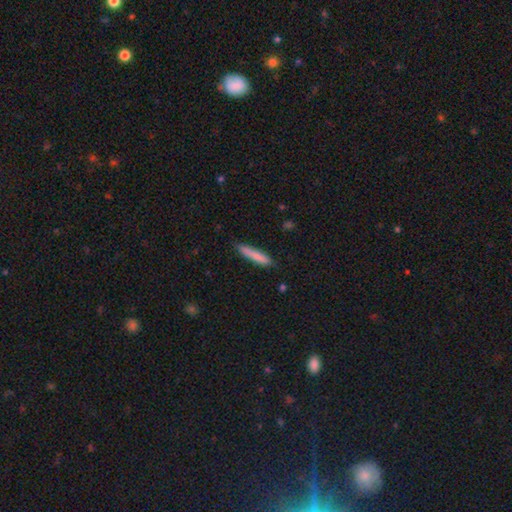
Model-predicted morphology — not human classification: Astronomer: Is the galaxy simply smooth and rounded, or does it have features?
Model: smooth — 81%.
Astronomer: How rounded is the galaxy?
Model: cigar-shaped — 91%.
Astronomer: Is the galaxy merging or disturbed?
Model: none — 83%.